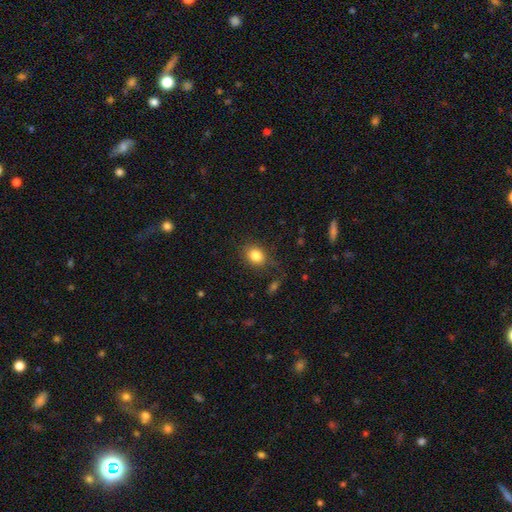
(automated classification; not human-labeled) Smooth or featured? smooth (84%)
How rounded? in between (55%)
Merging? none (80%)